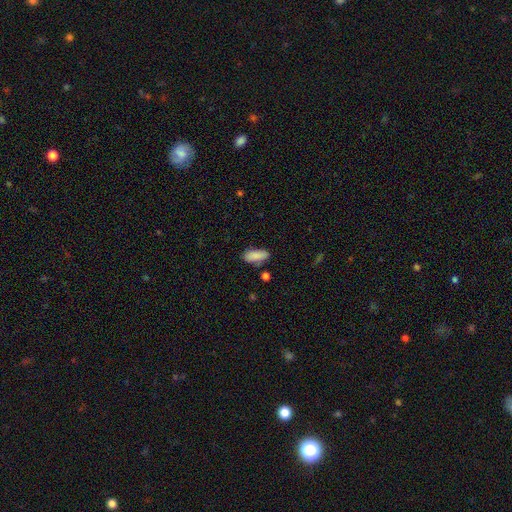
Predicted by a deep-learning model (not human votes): This appears to be a smooth galaxy with no disk features (87%) that is in between round and cigar-shaped (80%). Merging: none (76%).